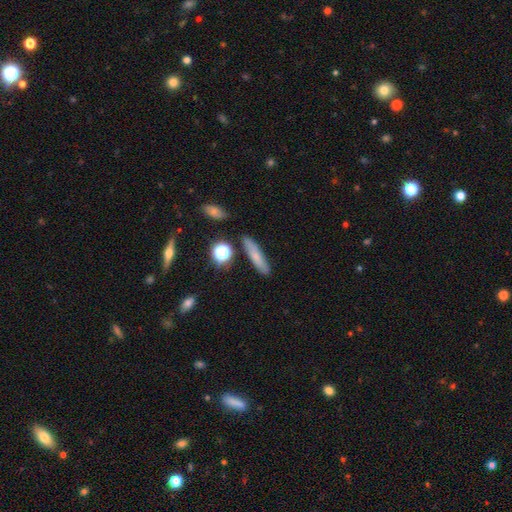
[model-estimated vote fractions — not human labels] Overall: smooth (68%). How rounded: cigar-shaped (78%). Merging: none (84%).